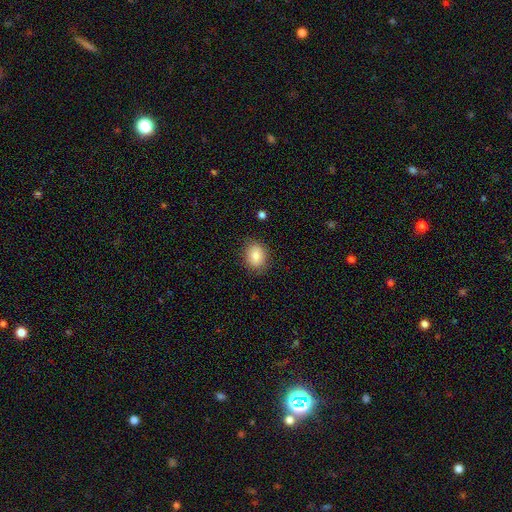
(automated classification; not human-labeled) Smooth or featured? smooth (83%)
How rounded? in between (55%)
Merging? none (84%)